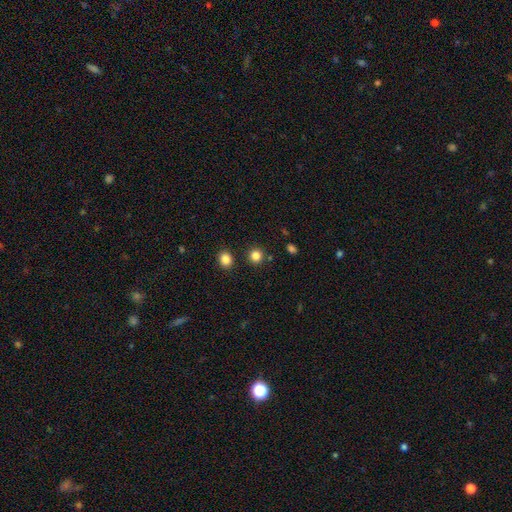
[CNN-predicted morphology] smooth-or-featured: smooth: 84% | star or artifact: 13% | featured or disk: 3%
  how-rounded: round: 91% | in between: 8% | cigar-shaped: 1%
  merging: none: 89% | minor disturbance: 5% | merger: 4% | major disturbance: 2%